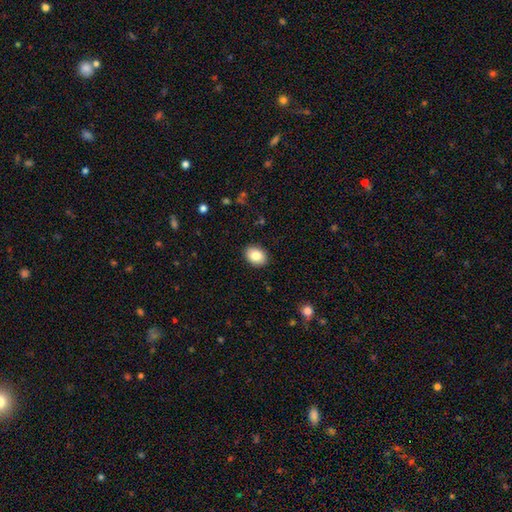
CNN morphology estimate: Smooth or featured? Predicted: smooth (p=0.84). How rounded? Predicted: in between (p=0.70). Merging? Predicted: none (p=0.90).